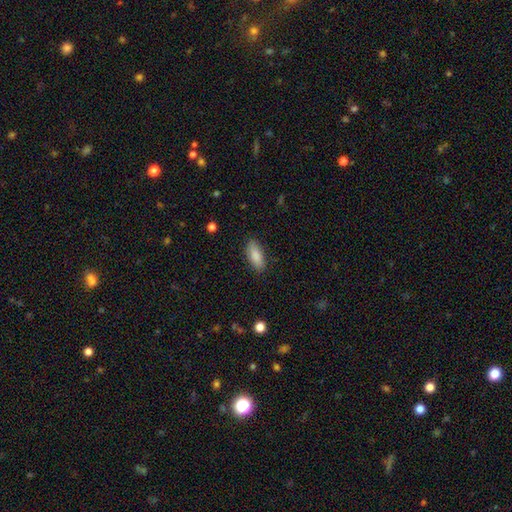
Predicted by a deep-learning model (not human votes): Smooth or featured? smooth (86%)
How rounded? in between (80%)
Merging? none (86%)